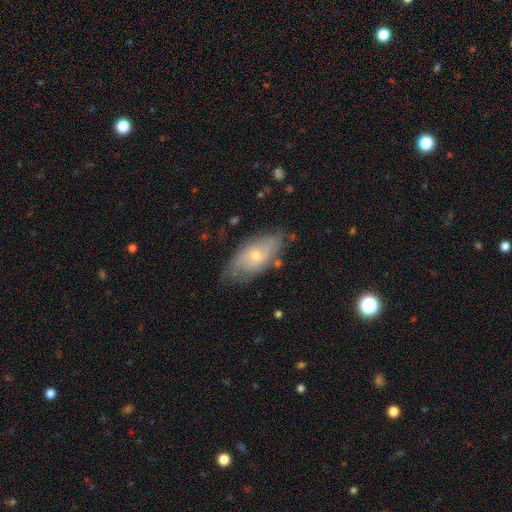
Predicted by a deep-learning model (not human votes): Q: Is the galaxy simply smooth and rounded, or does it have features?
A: featured or disk — 52%.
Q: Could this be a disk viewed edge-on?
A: no — 85%.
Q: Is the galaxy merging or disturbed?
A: none — 71%.